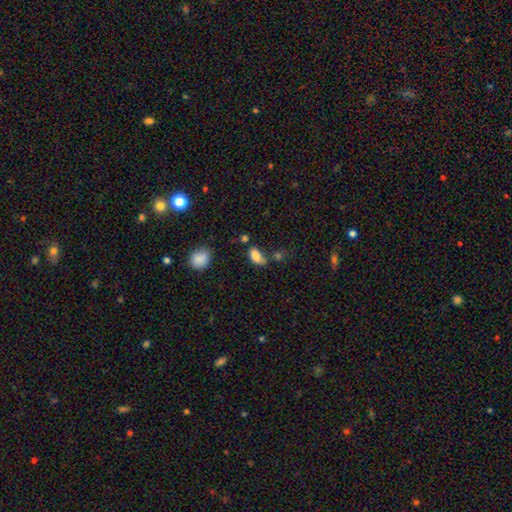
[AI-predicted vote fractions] This appears to be a smooth galaxy with no disk features (81%) that is in between round and cigar-shaped (89%). Merging: none (53%).